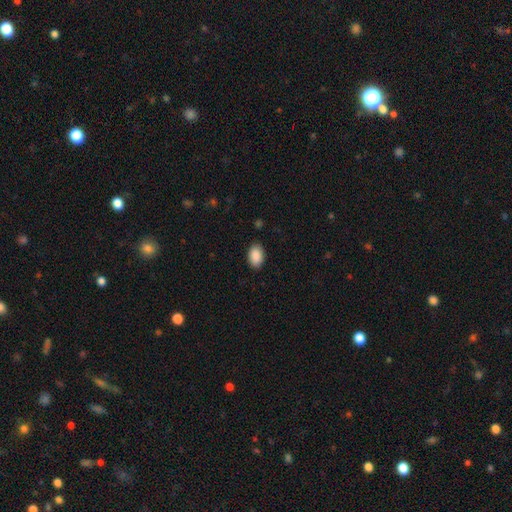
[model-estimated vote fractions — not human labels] This is clearly a smooth galaxy (90%). How rounded: clearly in between (91%). Merging: clearly none (88%).